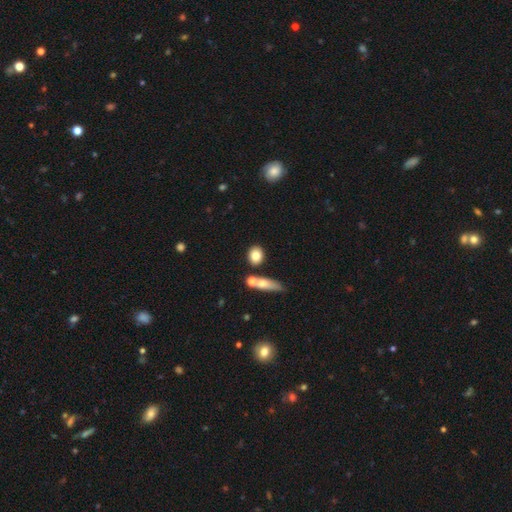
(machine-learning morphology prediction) A smooth galaxy with no disk features (78%) that is round (58%). Merging: none (72%).